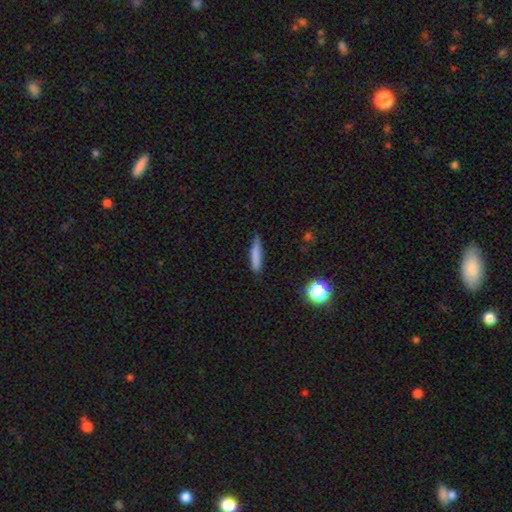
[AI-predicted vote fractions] smooth 79%, featured or disk 13%, star or artifact 8%. Down the decision tree: how rounded — cigar-shaped (85%); merging — none (77%).